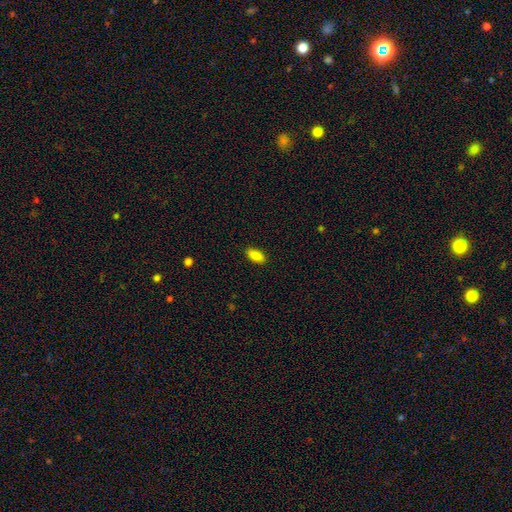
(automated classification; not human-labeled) This is clearly a smooth galaxy (88%). How rounded: clearly in between (90%). Merging: clearly none (89%).